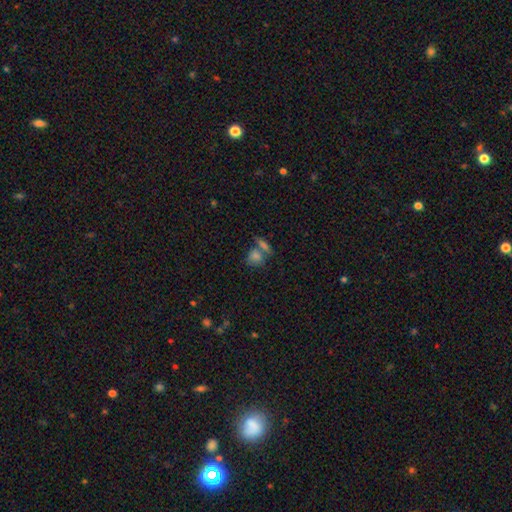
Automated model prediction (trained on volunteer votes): Morphology: type=smooth (74%); roundness=round (53%); merging=none (46%).